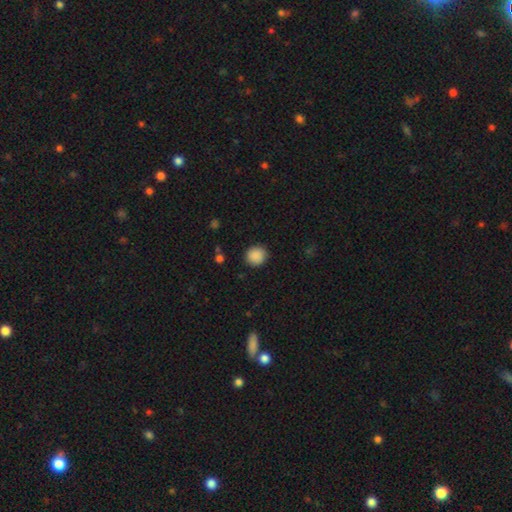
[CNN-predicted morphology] This appears to be a smooth galaxy with no disk features (89%) that is round (89%). Merging: none (88%).